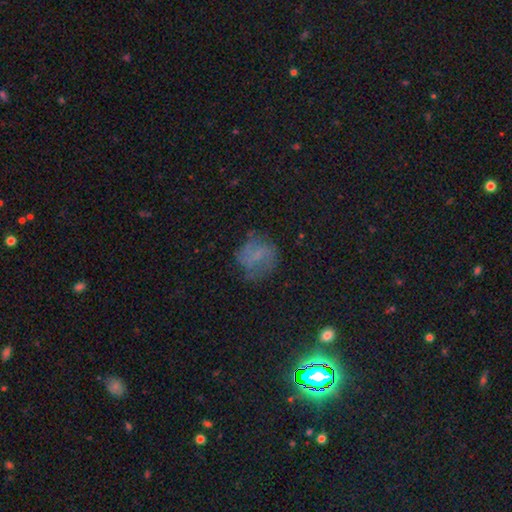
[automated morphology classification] smooth 43%, featured or disk 40%, star or artifact 18%. Down the decision tree: merging — none (61%).